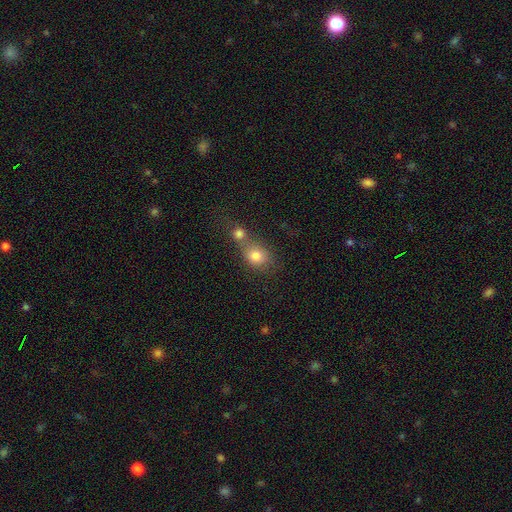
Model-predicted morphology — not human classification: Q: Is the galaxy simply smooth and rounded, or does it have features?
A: smooth — 79%.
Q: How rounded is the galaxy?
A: round — 62%.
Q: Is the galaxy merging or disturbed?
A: merger — 57%.